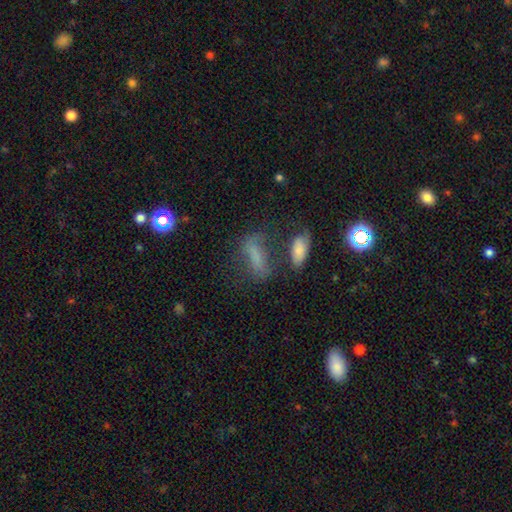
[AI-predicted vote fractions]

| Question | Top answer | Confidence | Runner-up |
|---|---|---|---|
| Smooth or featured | smooth | 54% | featured or disk (25%) |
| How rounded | in between | 54% | cigar-shaped (38%) |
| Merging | none | 46% | minor disturbance (20%) |